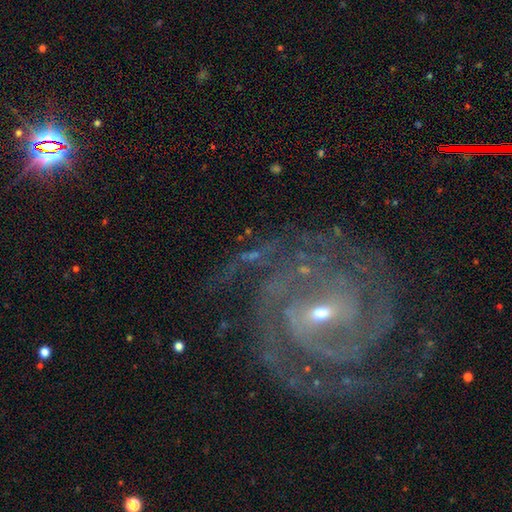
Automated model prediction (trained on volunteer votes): Smooth or featured?
  - featured or disk: 87% *
  - star or artifact: 8%
  - smooth: 5%
Edge-on disk?
  - no: 97% *
  - yes: 3%
Bar?
  - weak: 43% *
  - no: 29%
  - strong: 28%
Spiral arms?
  - yes: 96% *
  - no: 4%
Spiral winding?
  - tight: 61% *
  - medium: 31%
  - loose: 8%
Spiral arm count?
  - 2: 32% *
  - can't tell: 23%
  - 3: 18%
  - 4: 12%
  - more than 4: 8%
  - 1: 7%
Bulge size?
  - small: 68% *
  - moderate: 28%
  - large: 2%
  - none: 1%
  - dominant: 1%
Merging?
  - none: 69% *
  - minor disturbance: 16%
  - major disturbance: 13%
  - merger: 3%